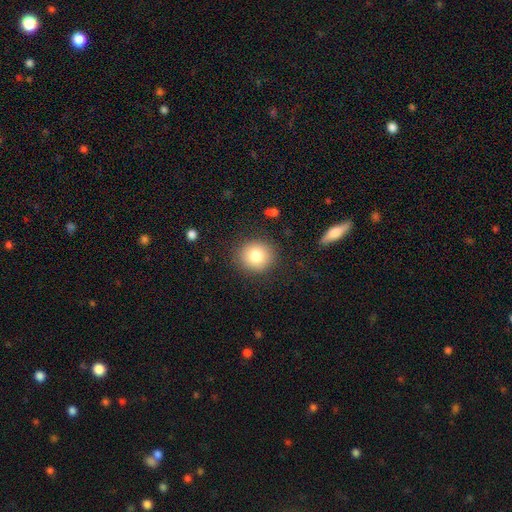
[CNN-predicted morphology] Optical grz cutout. It shows a smooth galaxy with no disk features (79%) that is round (89%). Merging: none (89%).